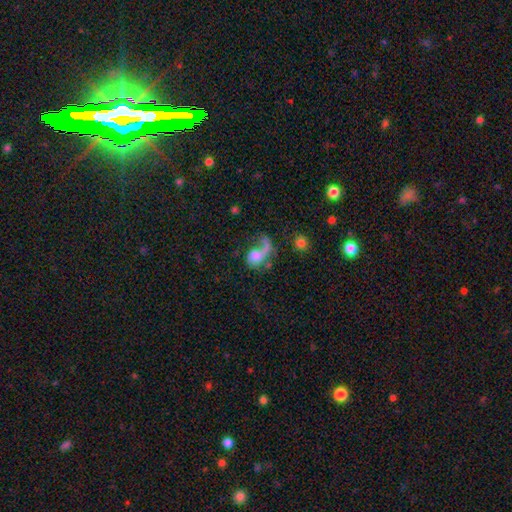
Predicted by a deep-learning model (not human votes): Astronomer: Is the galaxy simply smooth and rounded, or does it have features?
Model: featured or disk — 48% (runner-up: smooth, 42%).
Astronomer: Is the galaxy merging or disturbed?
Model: major disturbance — 49% (runner-up: none, 24%).